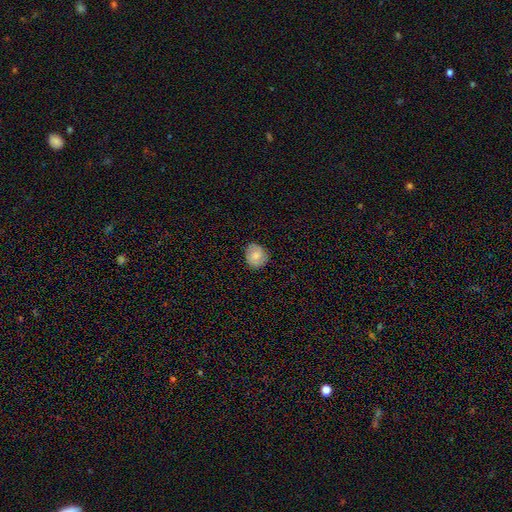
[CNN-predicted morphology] Overall: smooth (73%). How rounded: round (75%). Merging: none (81%).